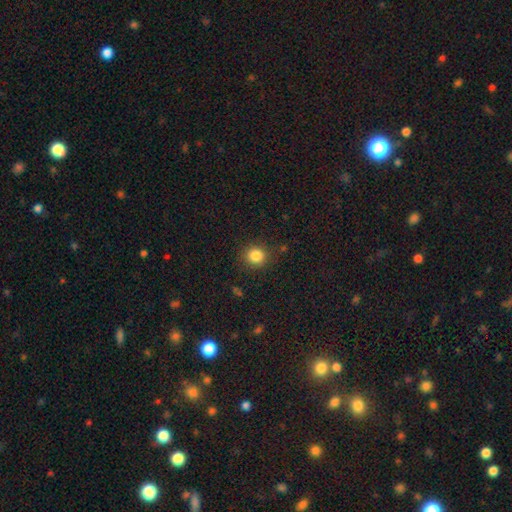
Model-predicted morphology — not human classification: This is clearly a smooth galaxy (85%). How rounded: clearly round (88%). Merging: clearly none (87%).